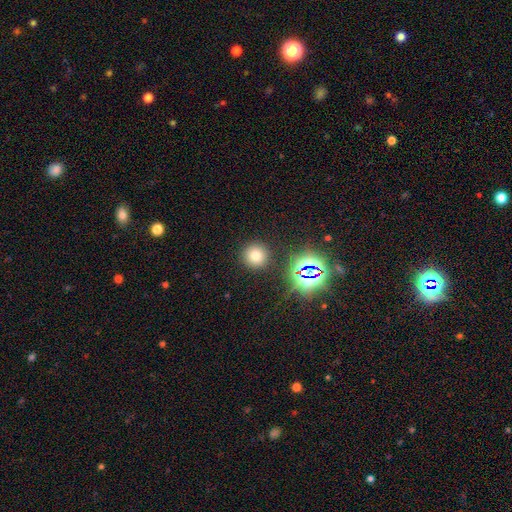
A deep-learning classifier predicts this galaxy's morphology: This is likely a smooth galaxy (71%). How rounded: clearly round (93%). Merging: clearly none (88%).